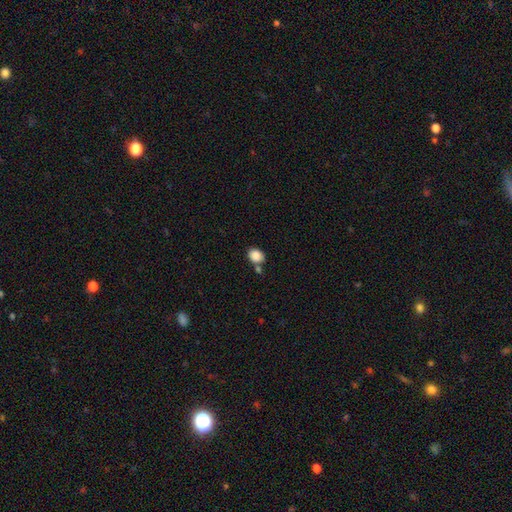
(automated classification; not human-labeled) Overall: smooth (87%). How rounded: in between (56%; round 43%). Merging: none (67%).